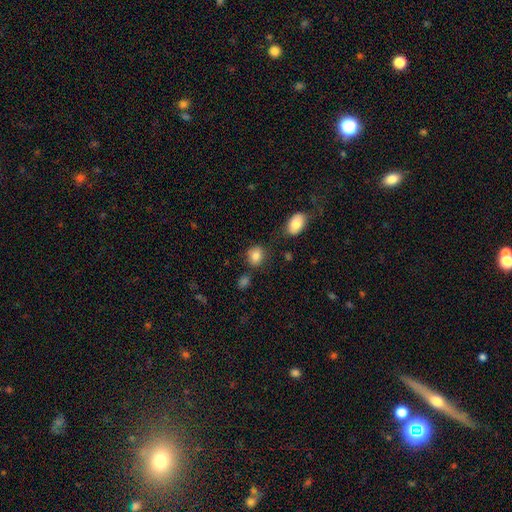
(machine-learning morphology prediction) Q: Smooth or featured?
A: smooth (84%); runner-up: star or artifact (10%)
Q: How rounded?
A: round (59%); runner-up: in between (40%)
Q: Merging?
A: none (75%); runner-up: minor disturbance (14%)